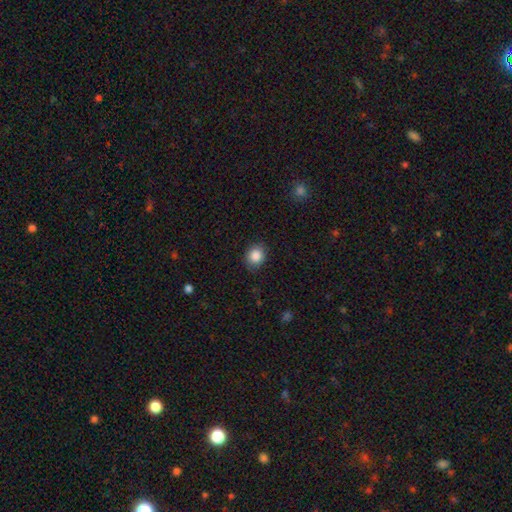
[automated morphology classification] A smooth galaxy with no disk features (86%) that is round (64%). Merging: none (84%).